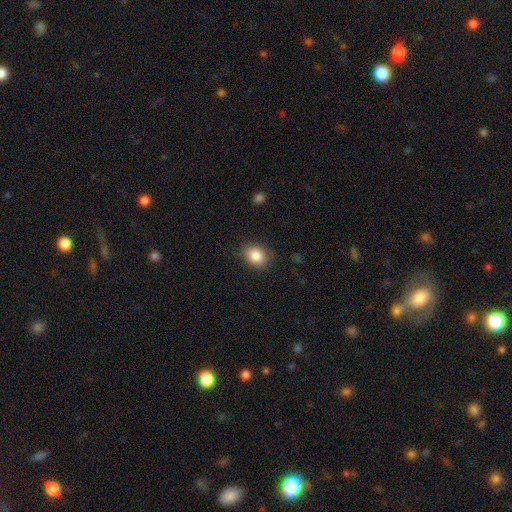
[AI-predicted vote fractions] Overall: smooth (85%). How rounded: round (54%; in between 45%). Merging: none (83%).